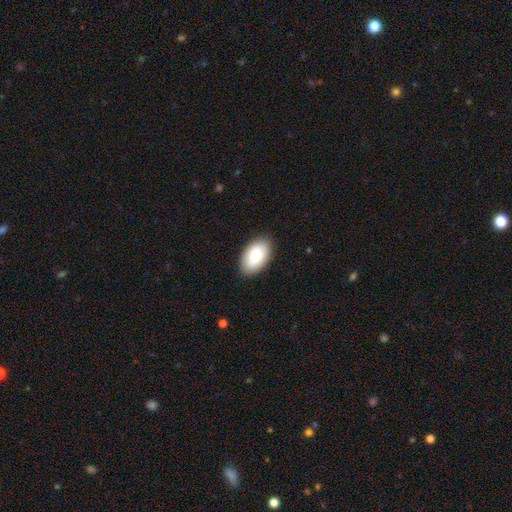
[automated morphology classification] Smooth or featured? smooth (85%)
How rounded? in between (95%)
Merging? none (87%)